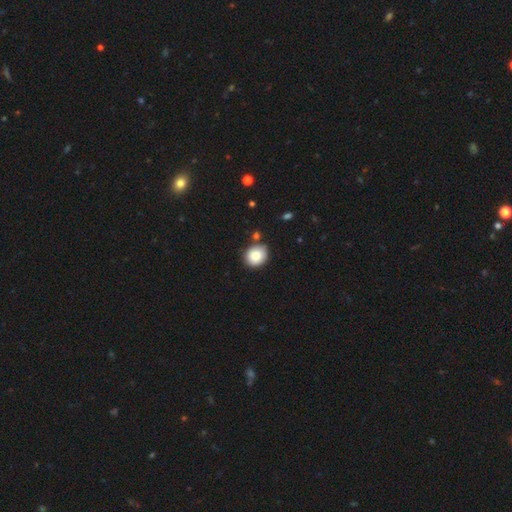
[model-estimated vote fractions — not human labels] The model was most divided on "how rounded": round: 78%, in between: 21%, cigar-shaped: 1%. More confident: smooth or featured — smooth (84%); merging — none (82%).